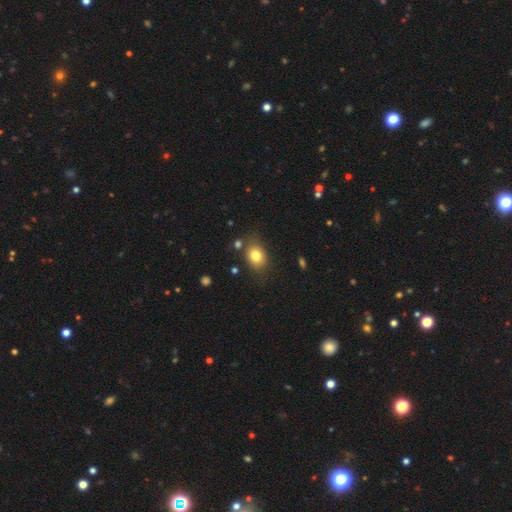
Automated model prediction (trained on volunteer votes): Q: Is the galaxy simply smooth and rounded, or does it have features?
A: smooth — 80%.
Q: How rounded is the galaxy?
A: in between — 59%.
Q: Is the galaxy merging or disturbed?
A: none — 76%.